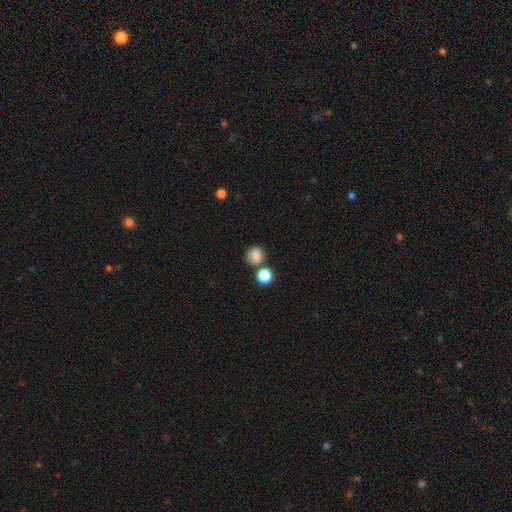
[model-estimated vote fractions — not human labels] The model was most divided on "merging": none: 70%, merger: 17%, minor disturbance: 10%, major disturbance: 4%. More confident: how rounded — round (85%); smooth or featured — smooth (84%).